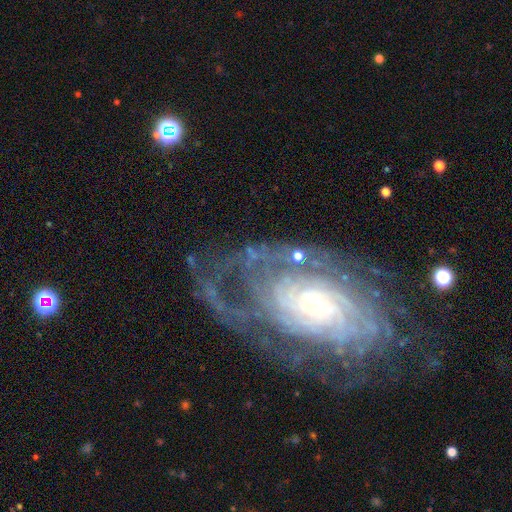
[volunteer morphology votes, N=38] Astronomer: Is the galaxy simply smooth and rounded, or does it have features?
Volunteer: featured or disk — 95%.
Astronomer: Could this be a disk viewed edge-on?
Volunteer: no — 94%.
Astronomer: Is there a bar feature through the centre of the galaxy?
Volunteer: no — 74%.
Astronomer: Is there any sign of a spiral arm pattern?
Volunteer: yes — 100%.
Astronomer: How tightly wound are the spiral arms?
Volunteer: tight — 79%.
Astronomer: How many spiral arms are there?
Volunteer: more than 4 — 47% (runner-up: can't tell, 26%).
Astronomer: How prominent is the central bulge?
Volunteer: small — 79%.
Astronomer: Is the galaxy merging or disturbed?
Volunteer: none — 83%.